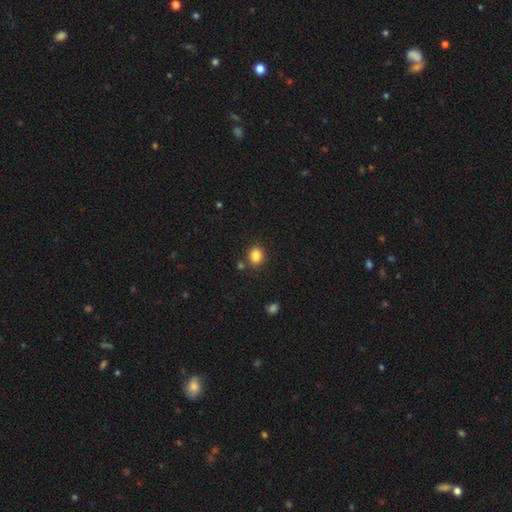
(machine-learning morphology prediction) type=smooth (84%); roundness=round (61%); merging=none (83%).